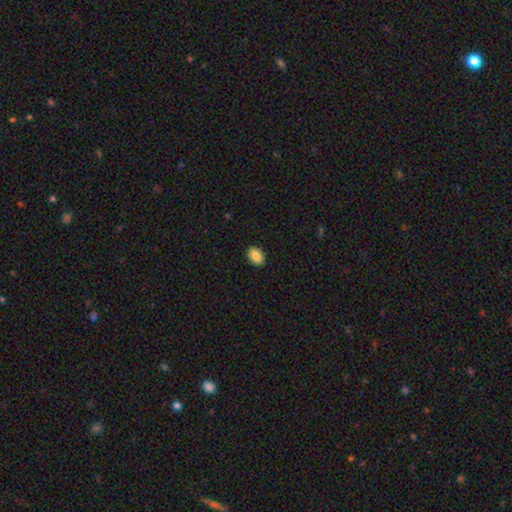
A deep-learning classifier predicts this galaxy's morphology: Overall: smooth (86%). How rounded: in between (83%). Merging: none (91%).